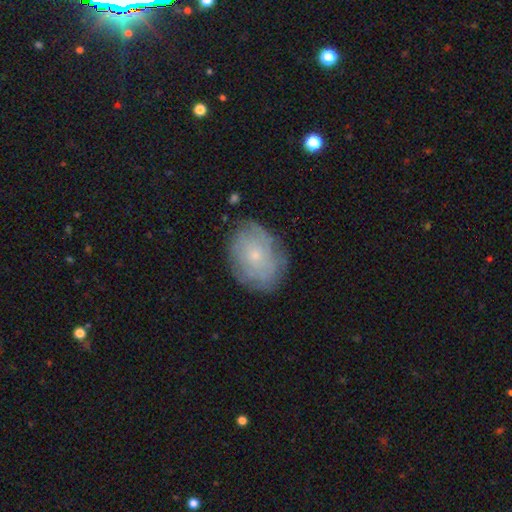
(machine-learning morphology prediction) Smooth or featured? featured or disk (56%)
Edge-on disk? no (96%)
Bar? no (86%)
Spiral arms? yes (73%)
Bulge size? small (80%)
Merging? none (76%)